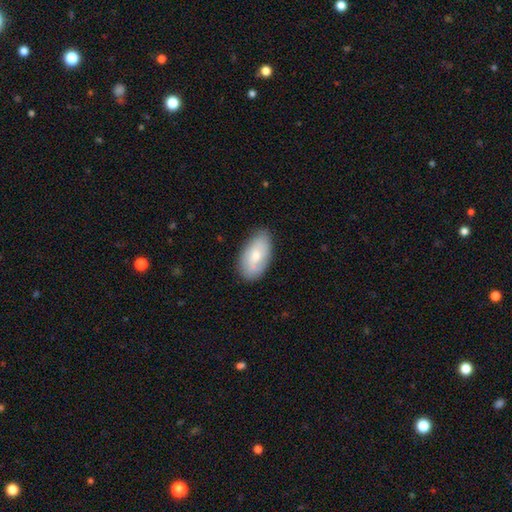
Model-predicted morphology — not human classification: Overall: smooth (69%). How rounded: in between (93%). Merging: none (79%).